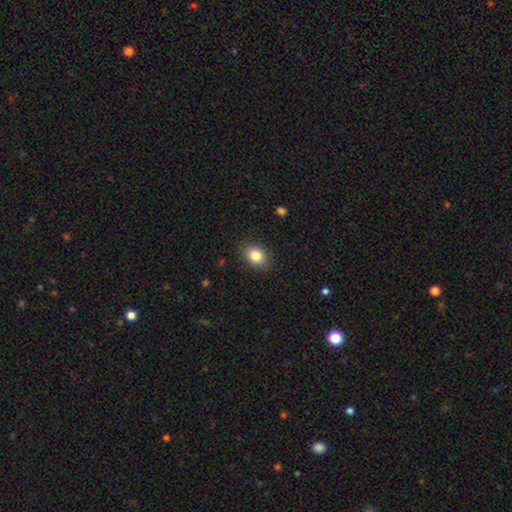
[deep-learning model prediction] smooth-or-featured: smooth: 84% | star or artifact: 9% | featured or disk: 7%
  how-rounded: in between: 57% | round: 42% | cigar-shaped: 1%
  merging: none: 86% | minor disturbance: 10% | major disturbance: 3% | merger: 1%